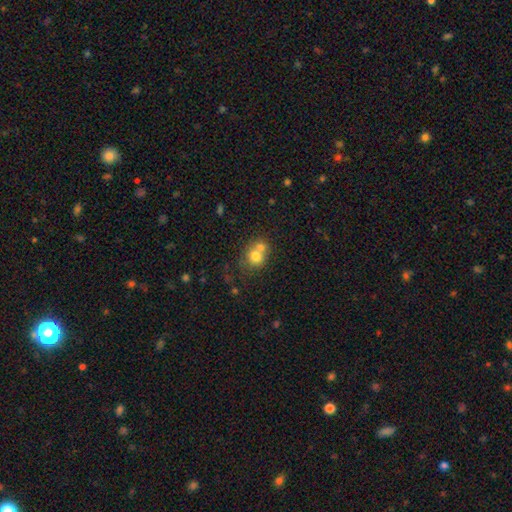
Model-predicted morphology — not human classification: This is likely a smooth galaxy (72%). How rounded: likely round (70%). Merging: possibly merger (54%).